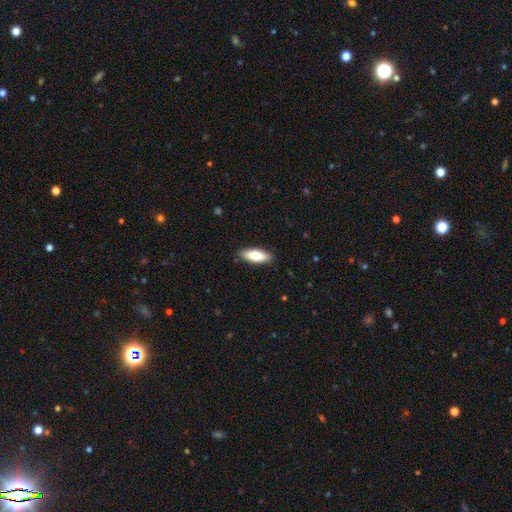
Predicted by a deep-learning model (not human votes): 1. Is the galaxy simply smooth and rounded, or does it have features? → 77% smooth, 17% featured or disk, 6% star or artifact.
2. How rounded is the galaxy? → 74% in between, 24% cigar-shaped, 2% round.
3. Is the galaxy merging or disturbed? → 88% none, 9% minor disturbance, 2% major disturbance, 1% merger.